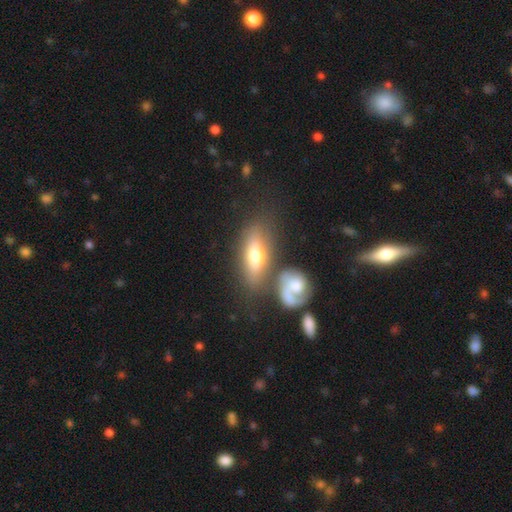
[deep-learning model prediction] smooth 57%, featured or disk 35%, star or artifact 8%. Down the decision tree: how rounded — in between (71%); merging — none (56%).